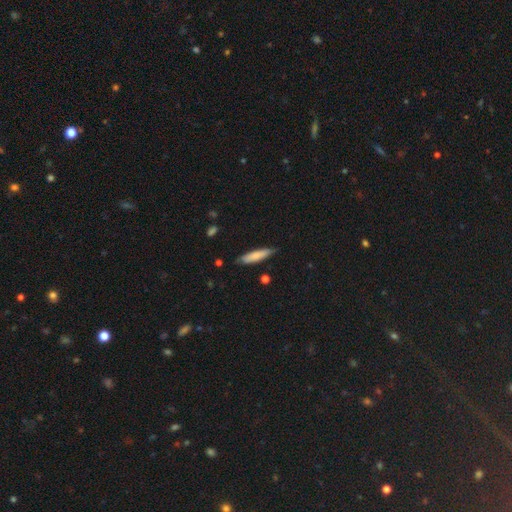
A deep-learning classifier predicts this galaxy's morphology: A smooth galaxy with no disk features (77%) that is cigar-shaped (79%).

Vote fractions:
- Smooth or featured? smooth: 77% / featured or disk: 17% / star or artifact: 6%
- How rounded? cigar-shaped: 79% / in between: 20% / round: 1%
- Merging? none: 81% / minor disturbance: 15% / major disturbance: 2% / merger: 2%